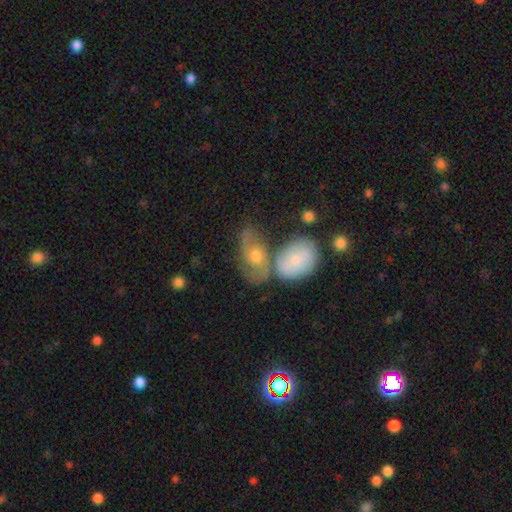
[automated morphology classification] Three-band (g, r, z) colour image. It shows a featured or disk galaxy (54%) with no bar (74%), spiral arms (74%) and a moderate central bulge (51%). Merging: merger (37%).